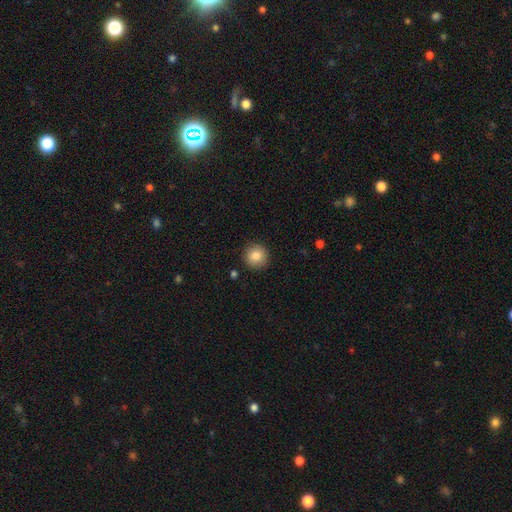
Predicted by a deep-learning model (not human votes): Smooth or featured: smooth — 85% (star or artifact — 9%)
How rounded: round — 94% (in between — 5%)
Merging: none — 91% (minor disturbance — 6%)